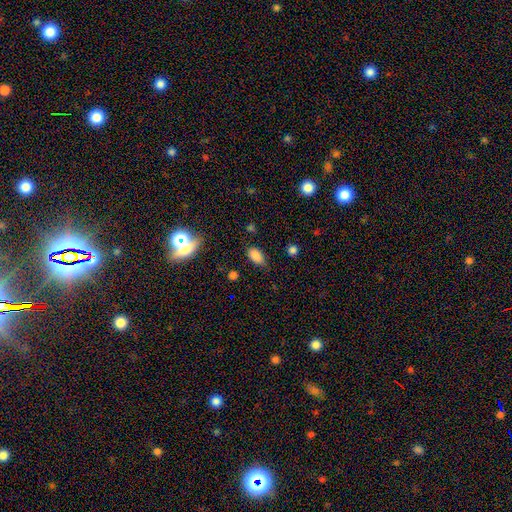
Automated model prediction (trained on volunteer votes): Smooth or featured? Predicted: smooth (p=0.83). How rounded? Predicted: in between (p=0.91). Merging? Predicted: none (p=0.78).